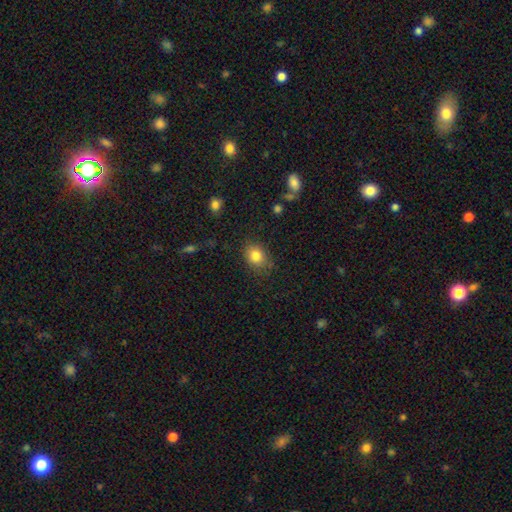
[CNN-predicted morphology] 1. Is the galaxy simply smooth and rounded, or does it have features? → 82% smooth, 10% star or artifact, 8% featured or disk.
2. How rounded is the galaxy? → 55% in between, 44% round, 1% cigar-shaped.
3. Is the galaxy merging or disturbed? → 78% none, 16% minor disturbance, 4% major disturbance, 1% merger.